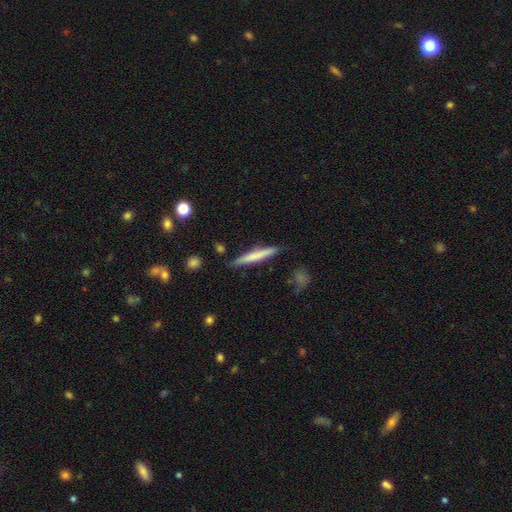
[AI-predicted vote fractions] smooth-or-featured: smooth: 60% | featured or disk: 34% | star or artifact: 6%
  how-rounded: cigar-shaped: 94% | in between: 4% | round: 1%
  merging: none: 84% | minor disturbance: 12% | merger: 2% | major disturbance: 2%